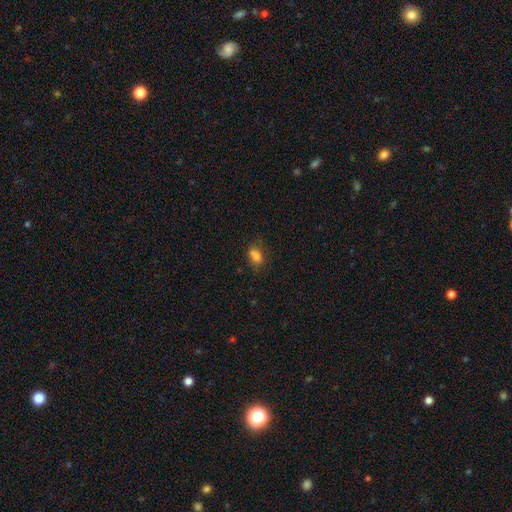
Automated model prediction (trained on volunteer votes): Q: Smooth or featured?
A: smooth (78%); runner-up: star or artifact (13%)
Q: How rounded?
A: in between (79%); runner-up: round (18%)
Q: Merging?
A: none (61%); runner-up: minor disturbance (23%)